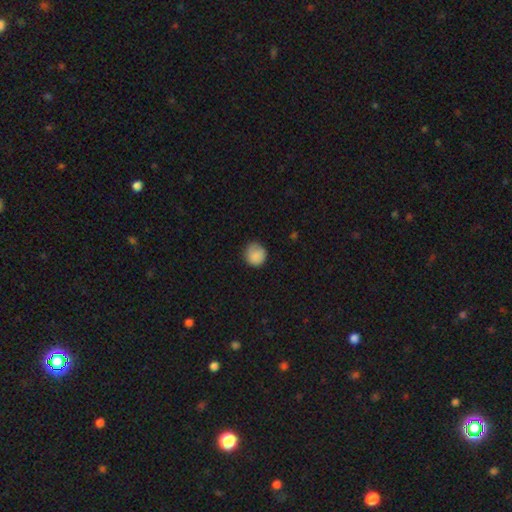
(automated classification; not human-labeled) Morphology: type=smooth (87%); roundness=round (90%); merging=none (77%).